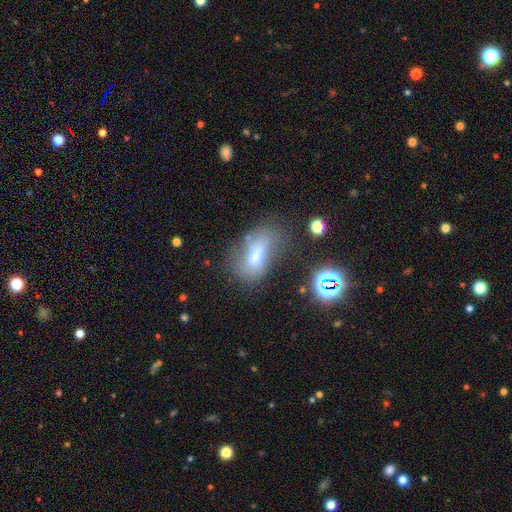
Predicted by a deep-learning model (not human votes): smooth 56%, featured or disk 27%, star or artifact 17%. Down the decision tree: how rounded — in between (84%); merging — none (41%).